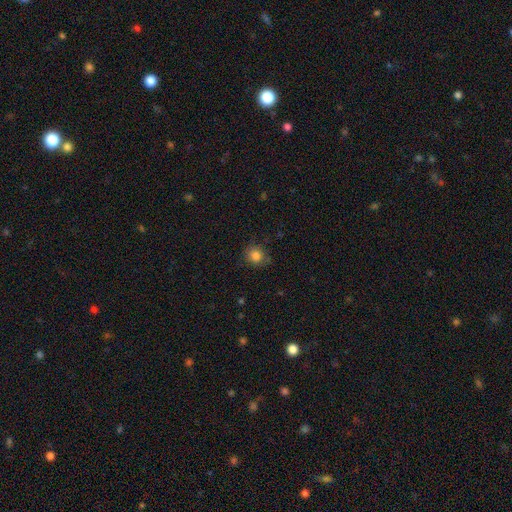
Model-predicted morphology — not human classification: This is clearly a smooth galaxy (83%). How rounded: clearly round (87%). Merging: clearly none (82%).